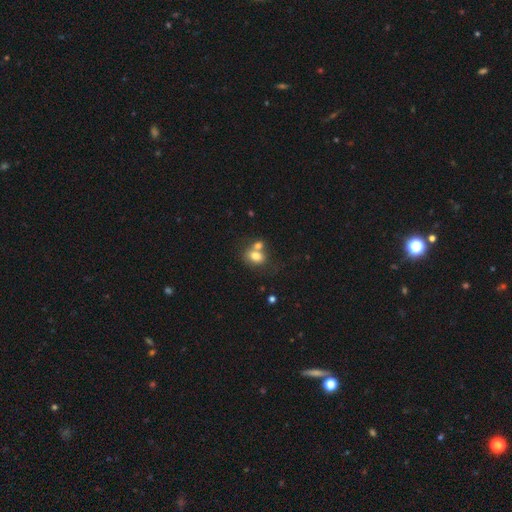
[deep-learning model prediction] Q: Smooth or featured?
A: smooth (76%); runner-up: featured or disk (14%)
Q: How rounded?
A: in between (58%); runner-up: round (41%)
Q: Merging?
A: merger (49%); runner-up: none (36%)